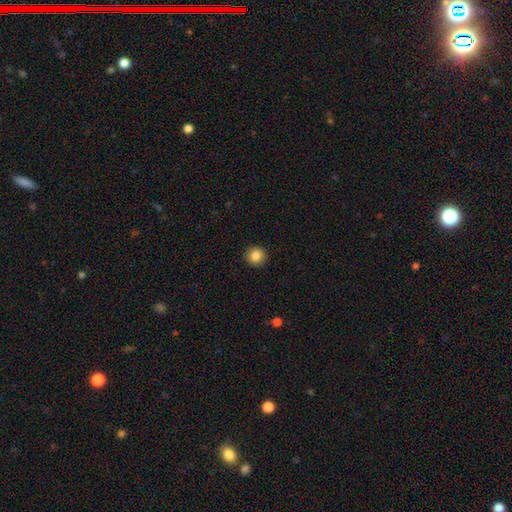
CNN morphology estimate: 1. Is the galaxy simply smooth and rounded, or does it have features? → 86% smooth, 10% star or artifact, 4% featured or disk.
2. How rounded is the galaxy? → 95% round, 4% in between, 1% cigar-shaped.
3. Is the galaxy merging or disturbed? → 93% none, 5% minor disturbance, 2% major disturbance, 1% merger.